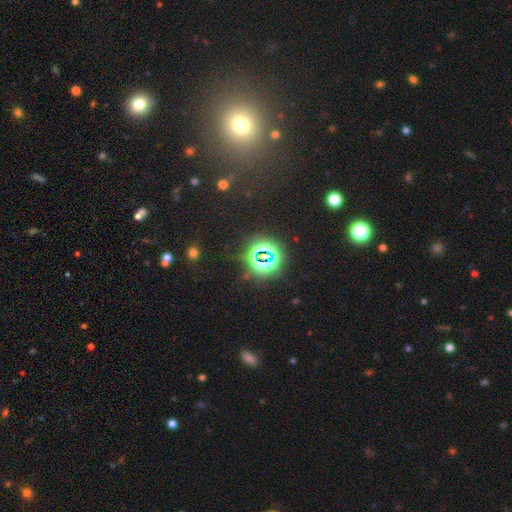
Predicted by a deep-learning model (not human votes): This appears to be a star or artifact, not a galaxy (75%).